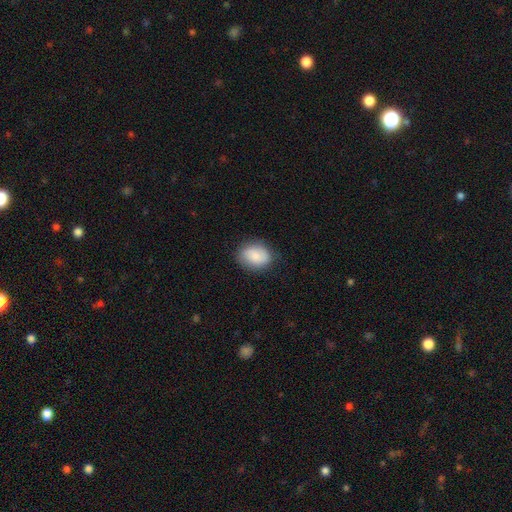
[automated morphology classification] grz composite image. It shows a smooth galaxy with no disk features (81%) that is in between round and cigar-shaped (59%). Merging: none (83%).